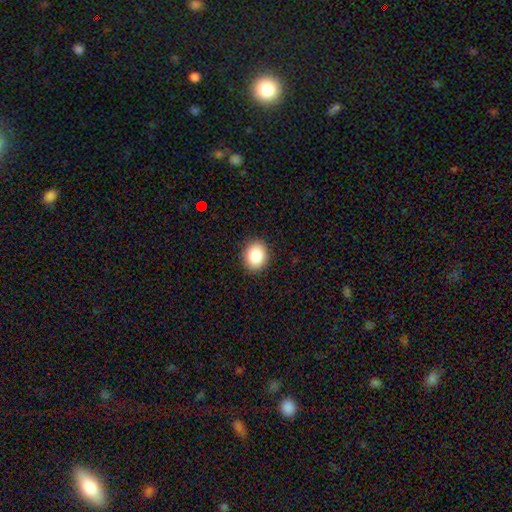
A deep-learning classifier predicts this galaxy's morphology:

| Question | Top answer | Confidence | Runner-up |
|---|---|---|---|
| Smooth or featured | smooth | 88% | star or artifact (8%) |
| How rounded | round | 59% | in between (40%) |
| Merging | none | 90% | minor disturbance (7%) |